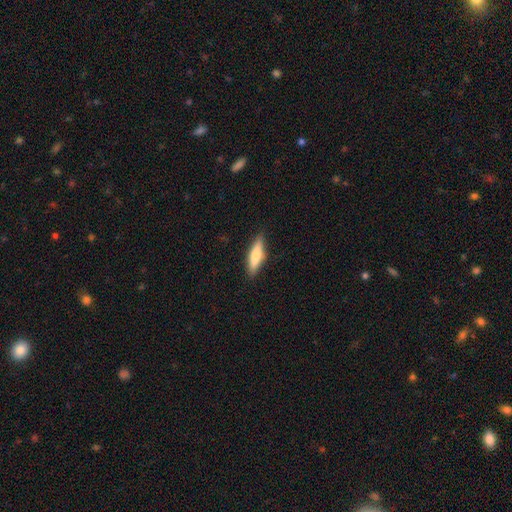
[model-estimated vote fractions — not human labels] The model was most divided on "how rounded": cigar-shaped: 65%, in between: 33%, round: 2%. More confident: merging — none (87%); smooth or featured — smooth (68%).